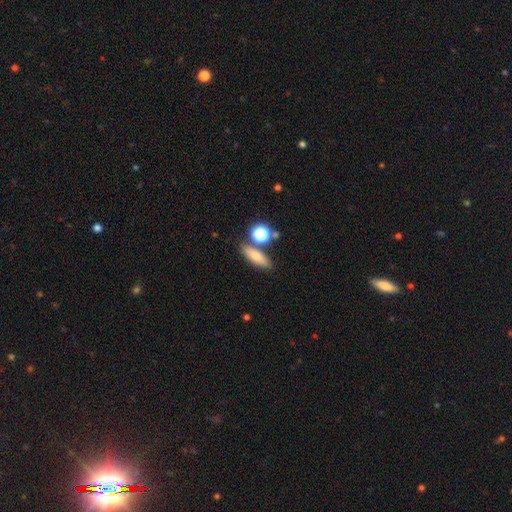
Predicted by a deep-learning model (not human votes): This is likely a smooth galaxy (76%). How rounded: possibly in between (51%). Merging: likely none (72%).